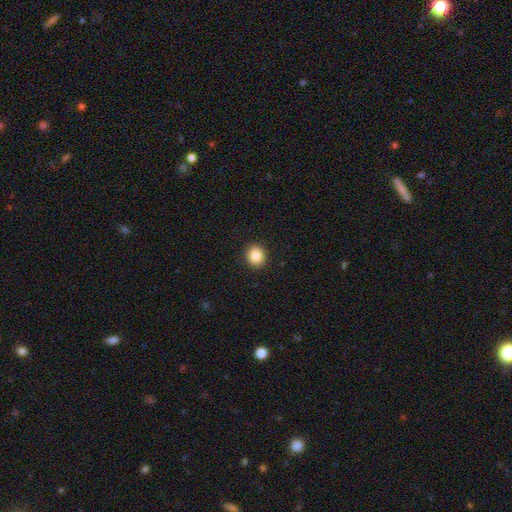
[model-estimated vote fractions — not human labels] Overall: smooth (86%). How rounded: round (83%). Merging: none (92%).